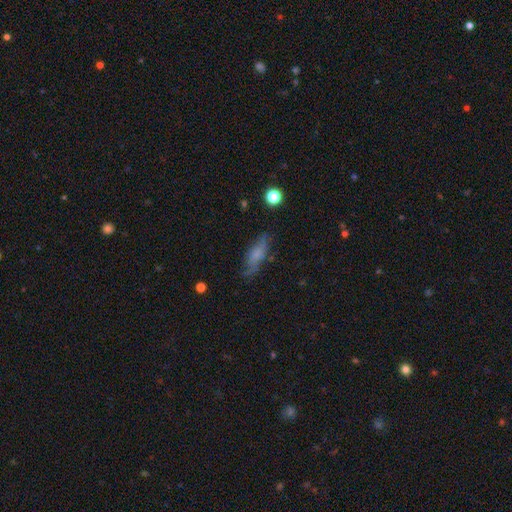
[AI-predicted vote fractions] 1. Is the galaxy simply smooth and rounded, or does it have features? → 49% smooth, 38% featured or disk, 13% star or artifact.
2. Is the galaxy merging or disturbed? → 71% none, 20% minor disturbance, 7% major disturbance, 2% merger.